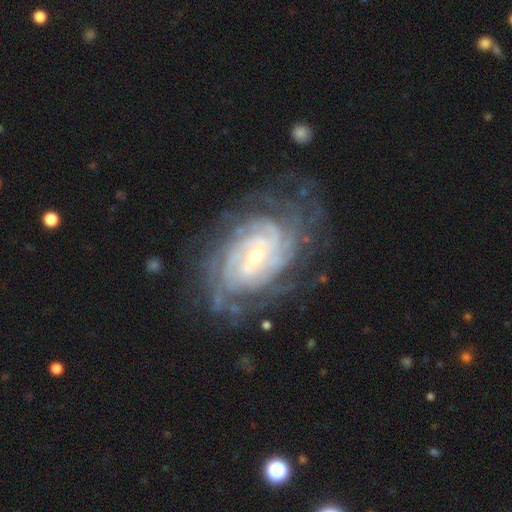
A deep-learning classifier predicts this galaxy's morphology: type=featured or disk (91%); edge-on=no (96%); bar=weak (41%); spiral arms=yes (98%); winding=tight (76%); arm count=can't tell (27%); bulge=small (53%); merging=none (73%).